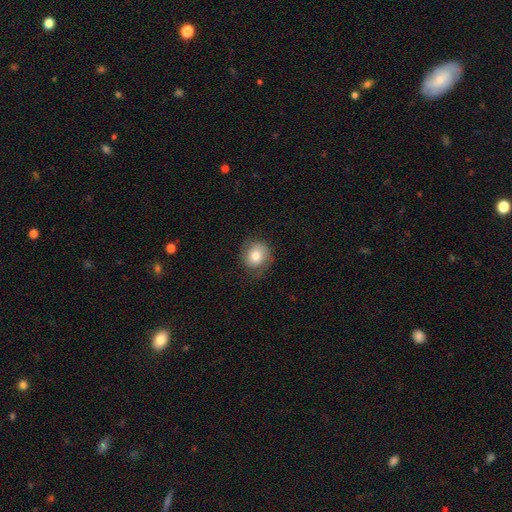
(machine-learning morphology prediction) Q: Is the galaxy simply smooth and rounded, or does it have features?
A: smooth — 72%.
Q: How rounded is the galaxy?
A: round — 80%.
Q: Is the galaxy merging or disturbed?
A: none — 73%.